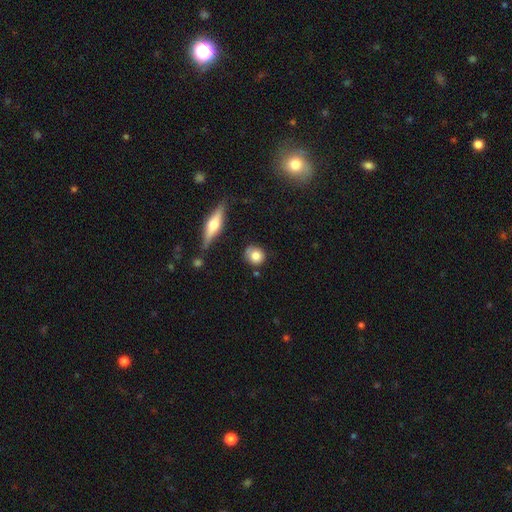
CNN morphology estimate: A smooth galaxy with no disk features (78%) that is round (80%).

Vote fractions:
- Smooth or featured? smooth: 78% / featured or disk: 13% / star or artifact: 8%
- How rounded? round: 80% / in between: 17% / cigar-shaped: 2%
- Merging? none: 75% / minor disturbance: 16% / merger: 5% / major disturbance: 4%